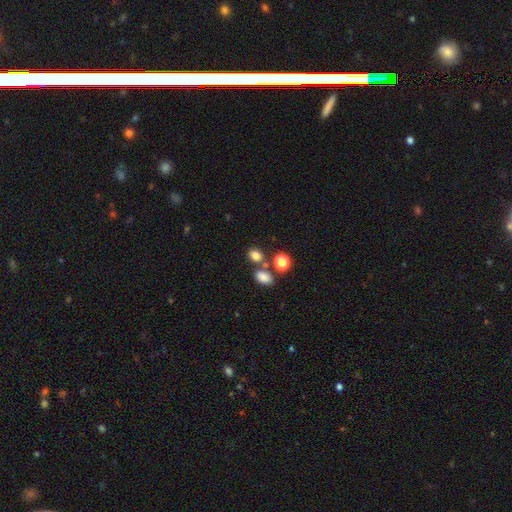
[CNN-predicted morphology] Smooth or featured?
  - smooth: 79% *
  - star or artifact: 14%
  - featured or disk: 7%
How rounded?
  - in between: 54% *
  - round: 45%
  - cigar-shaped: 1%
Merging?
  - none: 61% *
  - merger: 24%
  - minor disturbance: 11%
  - major disturbance: 4%